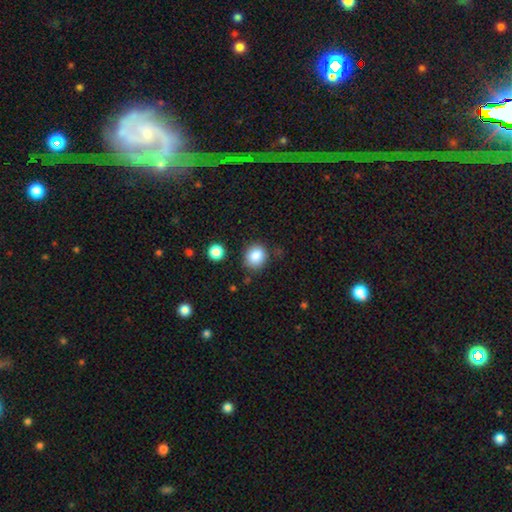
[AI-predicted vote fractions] Smooth or featured? smooth (86%)
How rounded? round (75%)
Merging? none (79%)